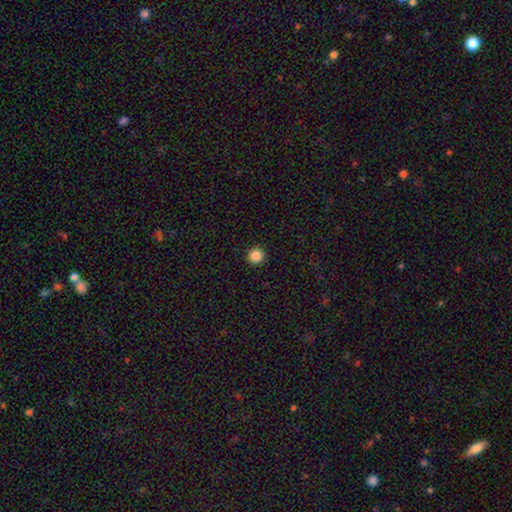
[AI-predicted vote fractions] Overall: smooth (86%). How rounded: round (95%). Merging: none (93%).